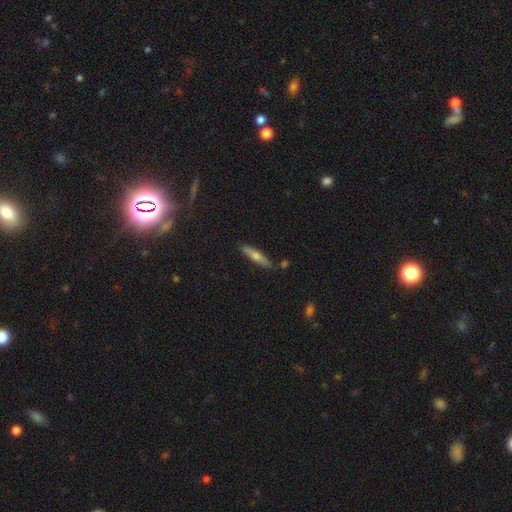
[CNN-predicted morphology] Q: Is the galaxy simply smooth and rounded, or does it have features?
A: featured or disk — 50%.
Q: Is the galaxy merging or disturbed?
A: none — 86%.